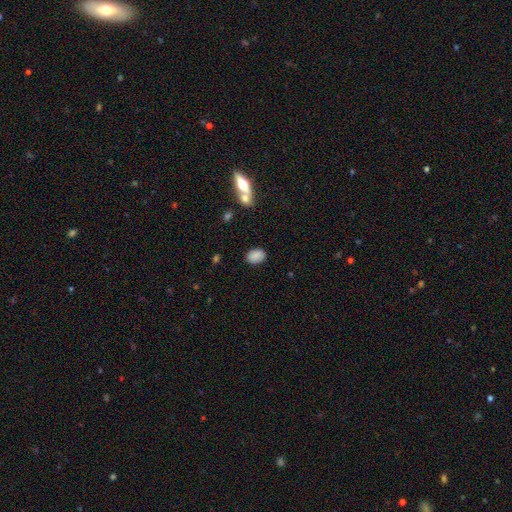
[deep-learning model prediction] smooth_or_featured: smooth (p=0.86) [alt: star or artifact p=0.08]
how_rounded: in between (p=0.82) [alt: round p=0.17]
merging: none (p=0.85) [alt: minor disturbance p=0.10]